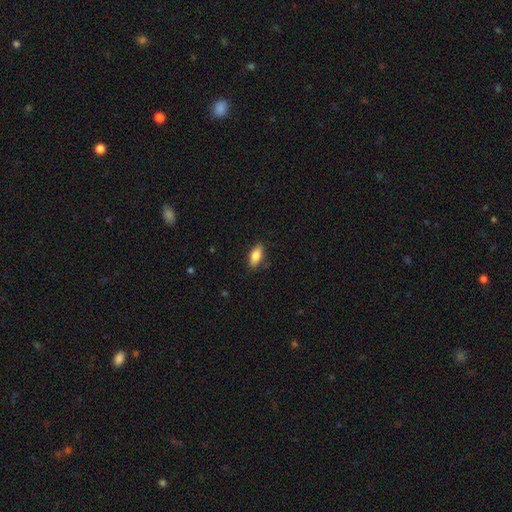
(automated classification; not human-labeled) Smooth or featured? smooth (80%)
How rounded? in between (84%)
Merging? none (85%)